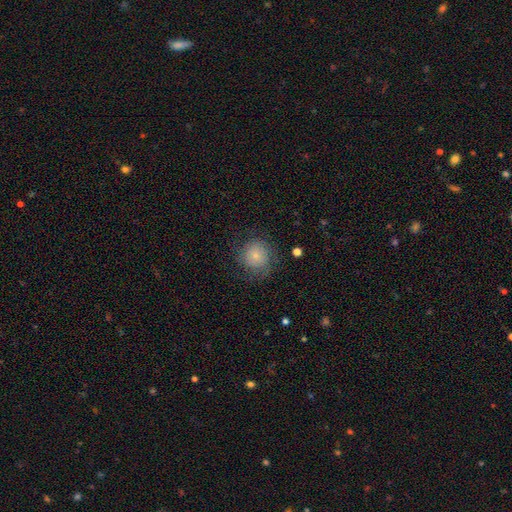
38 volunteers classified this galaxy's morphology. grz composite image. It shows a smooth galaxy with no disk features (82%) that is round (94%). Merging: none (89%).